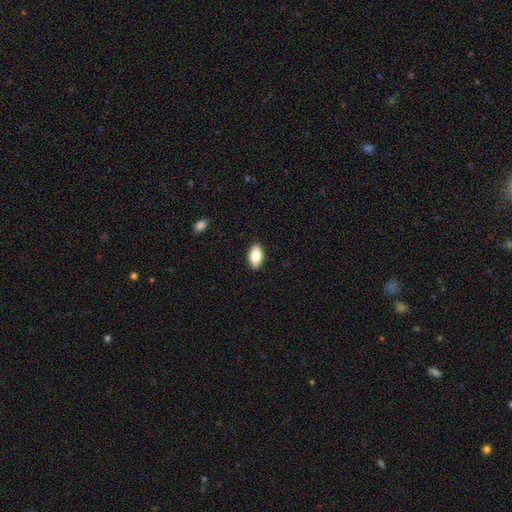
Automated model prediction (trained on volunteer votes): smooth 85%, featured or disk 9%, star or artifact 7%. Down the decision tree: how rounded — in between (93%); merging — none (89%).